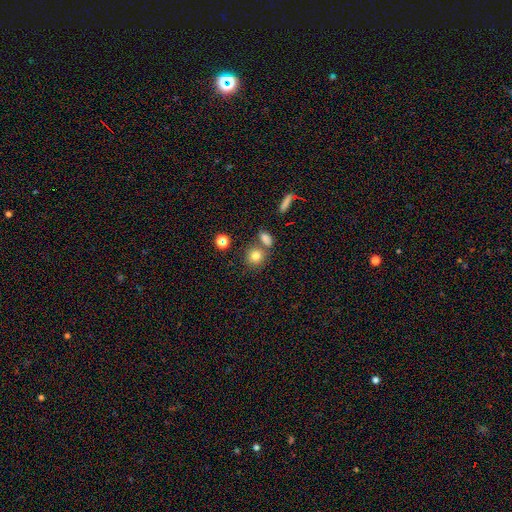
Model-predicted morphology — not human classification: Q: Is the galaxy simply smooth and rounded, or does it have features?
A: smooth — 79%.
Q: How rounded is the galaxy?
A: round — 82%.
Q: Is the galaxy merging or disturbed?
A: none — 66%.